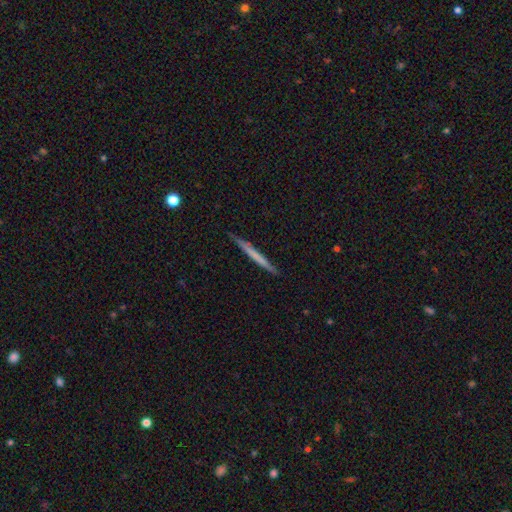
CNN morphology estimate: A smooth galaxy with no disk features (53%) that is cigar-shaped (97%). Merging: none (89%).